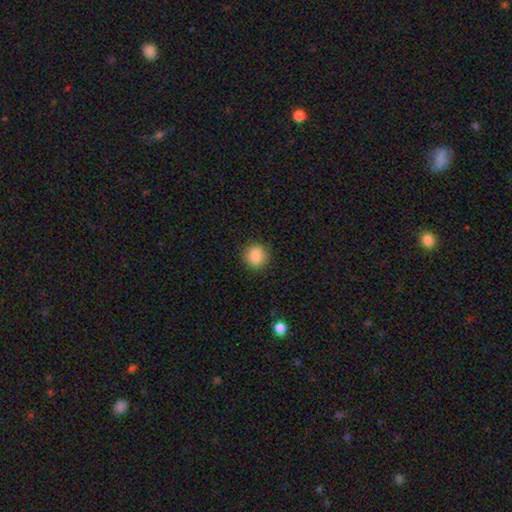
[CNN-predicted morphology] The model was most divided on "smooth or featured": smooth: 88%, star or artifact: 9%, featured or disk: 3%. More confident: merging — none (90%); how rounded — round (90%).